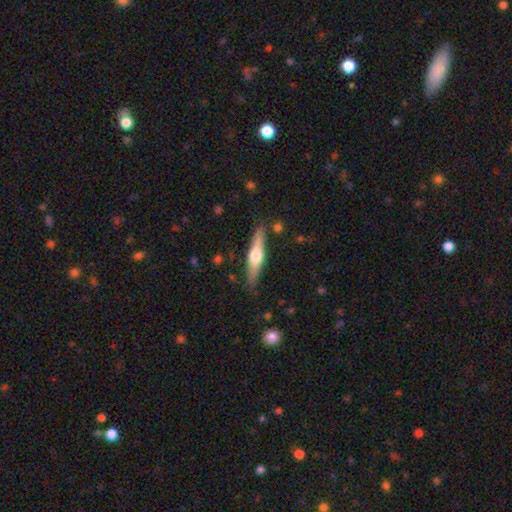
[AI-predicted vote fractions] smooth-or-featured: featured or disk: 59% | smooth: 35% | star or artifact: 5%
  disk-edge-on: yes: 95% | no: 5%
    edge-on-bulge: rounded: 92% | boxy: 5% | none: 3%
  merging: none: 86% | minor disturbance: 10% | major disturbance: 2% | merger: 2%